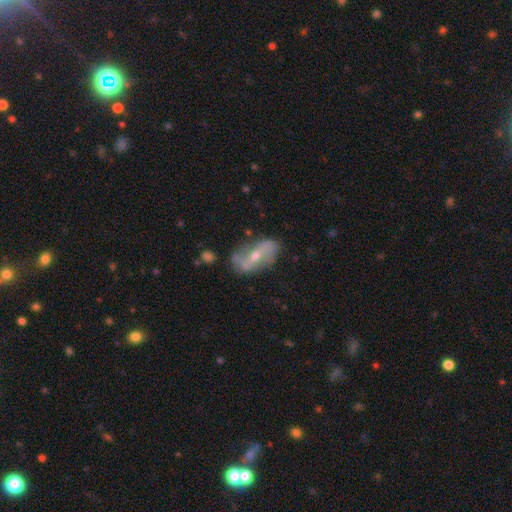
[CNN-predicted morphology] Smooth or featured? featured or disk (70%)
Edge-on disk? no (90%)
Bar? weak (36%)
Spiral arms? yes (74%)
Bulge size? moderate (55%)
Merging? none (67%)